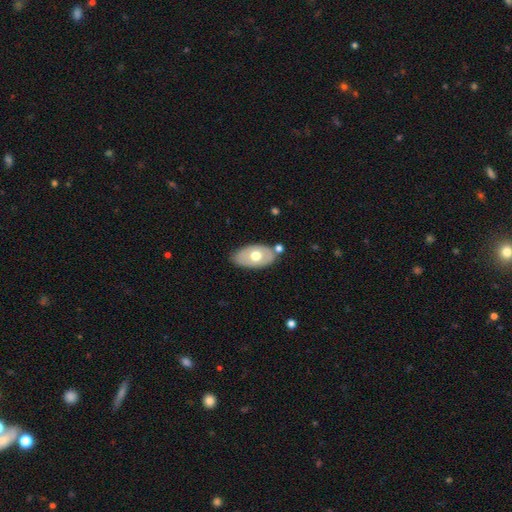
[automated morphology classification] A smooth galaxy with no disk features (53%) that is in between round and cigar-shaped (91%).

Vote fractions:
- Smooth or featured? smooth: 53% / featured or disk: 41% / star or artifact: 6%
- How rounded? in between: 91% / round: 7% / cigar-shaped: 2%
- Merging? none: 73% / minor disturbance: 15% / merger: 8% / major disturbance: 4%